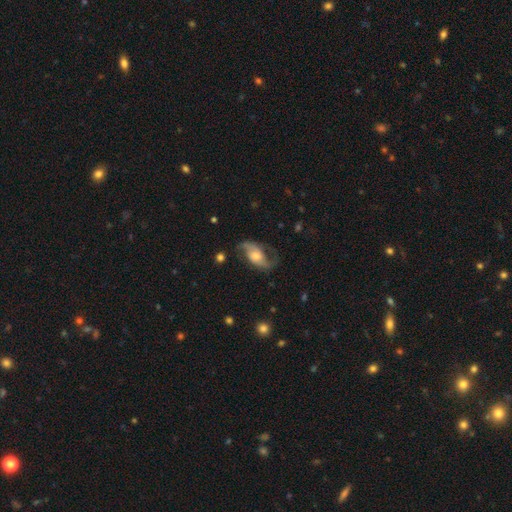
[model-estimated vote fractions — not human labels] The model was most divided on "bulge size": moderate: 50%, small: 31%, large: 12%, none: 5%, dominant: 2%. More confident: edge-on disk — no (96%); spiral arms — yes (96%); spiral arm count — 2 (92%); smooth or featured — featured or disk (84%); merging — none (71%); spiral winding — loose (56%); bar — no (56%).